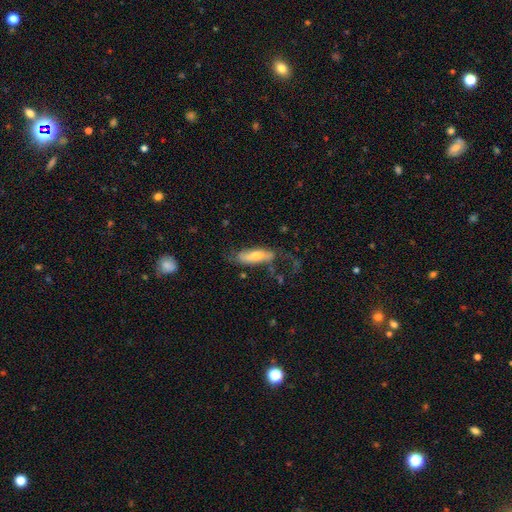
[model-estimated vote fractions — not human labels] smooth_or_featured: smooth (p=0.51) [alt: featured or disk p=0.42]
how_rounded: cigar-shaped (p=0.52) [alt: in between p=0.46]
merging: none (p=0.48) [alt: minor disturbance p=0.26]